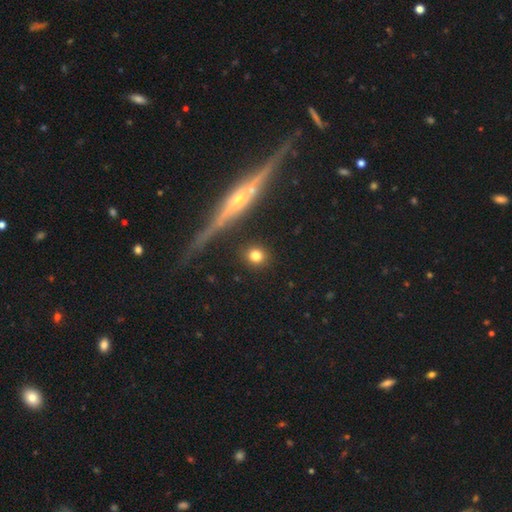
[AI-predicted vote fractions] A smooth galaxy with no disk features (80%) that is round (85%). Merging: none (89%).